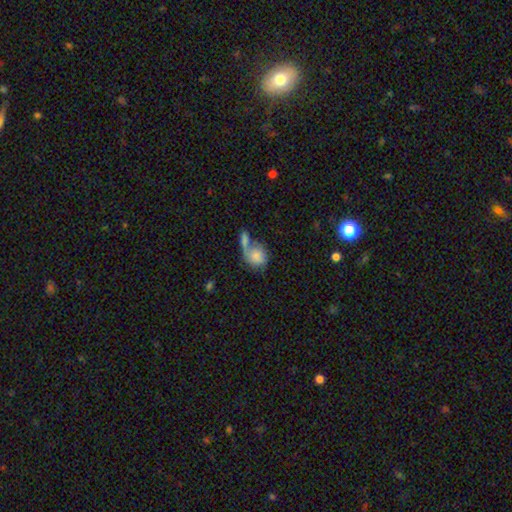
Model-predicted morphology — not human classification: A smooth galaxy with no disk features (76%) that is round (60%). Merging: merger (51%).